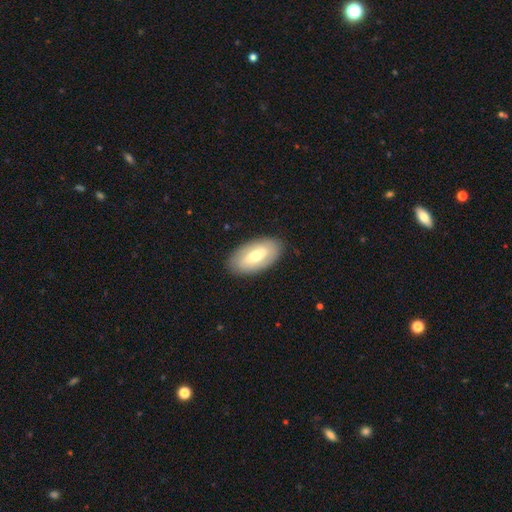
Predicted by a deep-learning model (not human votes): This is possibly a featured or disk galaxy (47%, tied with smooth). Merging: clearly none (87%).